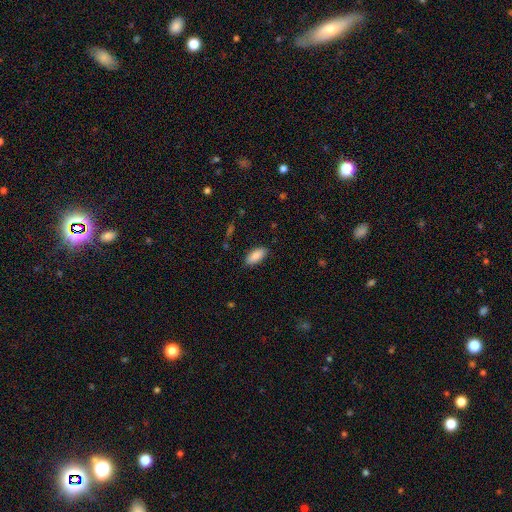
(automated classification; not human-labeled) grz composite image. It shows a smooth galaxy with no disk features (86%) that is in between round and cigar-shaped (88%). Merging: none (87%).